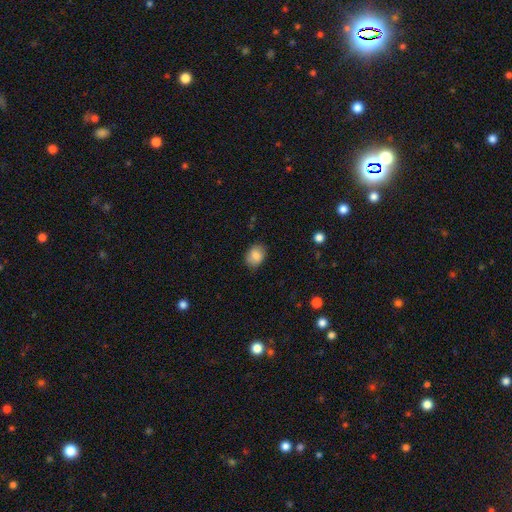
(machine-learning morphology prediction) Smooth or featured? smooth (85%)
How rounded? in between (62%)
Merging? none (81%)